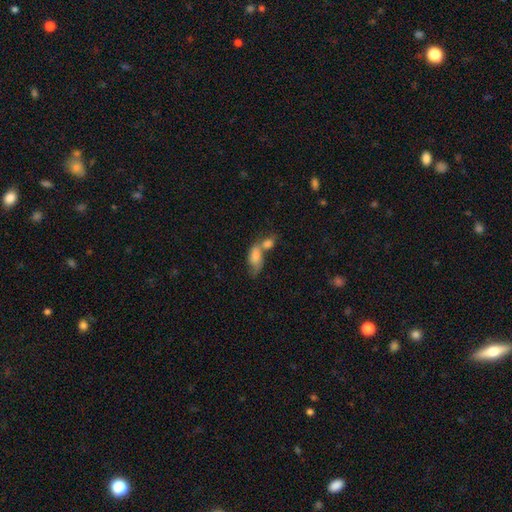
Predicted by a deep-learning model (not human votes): Smooth or featured: smooth — 71% (featured or disk — 21%)
How rounded: in between — 84% (cigar-shaped — 8%)
Merging: merger — 67% (none — 15%)